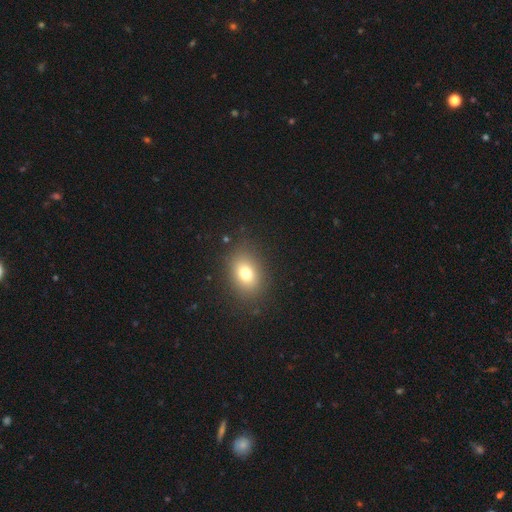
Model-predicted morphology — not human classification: This is likely a smooth galaxy (73%). How rounded: likely in between (66%). Merging: clearly none (90%).